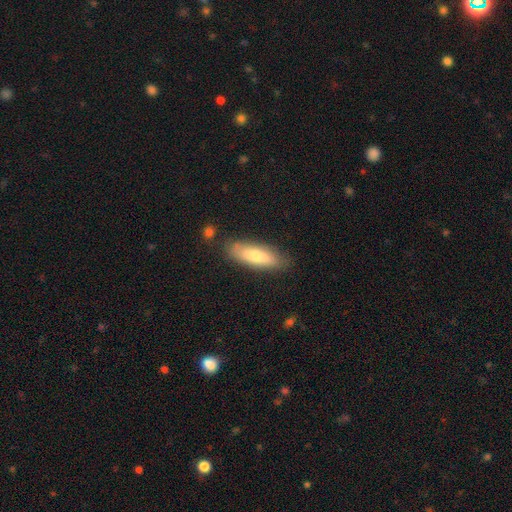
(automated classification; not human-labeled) Smooth or featured? Predicted: smooth (p=0.71). How rounded? Predicted: cigar-shaped (p=0.56). Merging? Predicted: none (p=0.83).